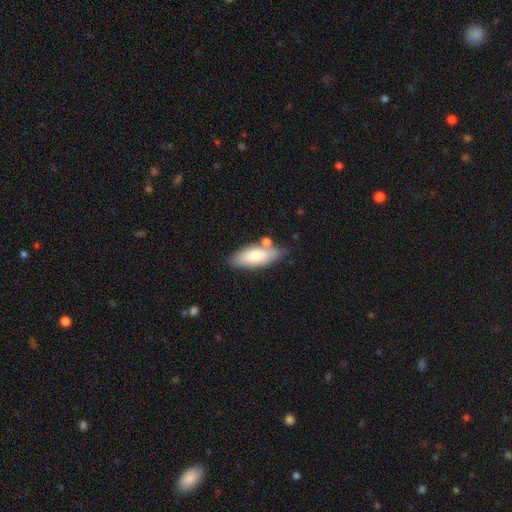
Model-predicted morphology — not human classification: smooth 80%, featured or disk 15%, star or artifact 6%. Down the decision tree: how rounded — in between (76%); merging — none (68%).